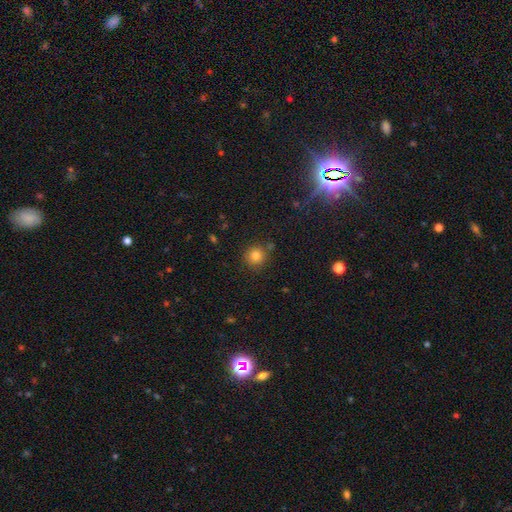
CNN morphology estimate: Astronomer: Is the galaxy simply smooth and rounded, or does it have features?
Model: smooth — 81%.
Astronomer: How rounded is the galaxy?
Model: round — 92%.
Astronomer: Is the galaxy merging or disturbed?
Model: none — 83%.